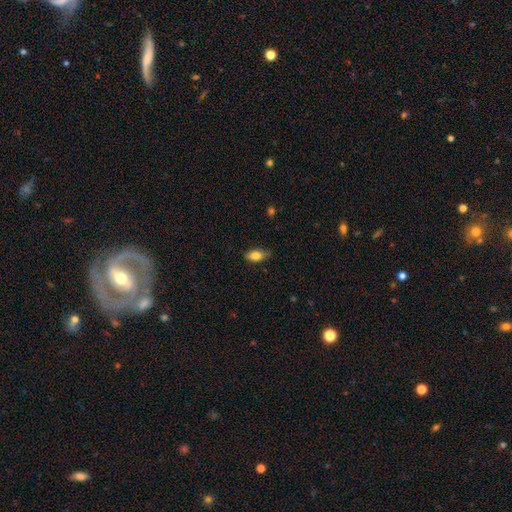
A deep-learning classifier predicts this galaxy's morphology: This appears to be a smooth galaxy with no disk features (82%) that is in between round and cigar-shaped (89%). Merging: none (80%).